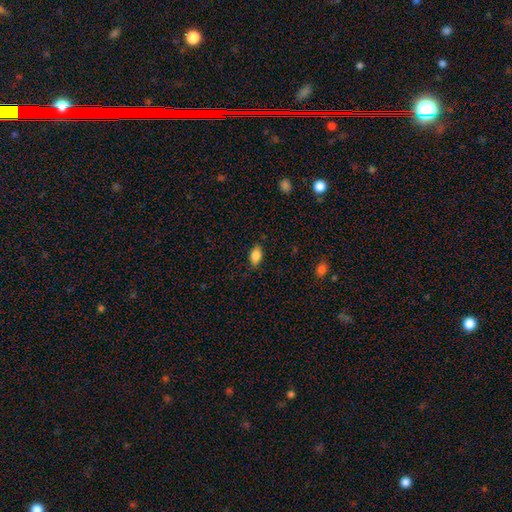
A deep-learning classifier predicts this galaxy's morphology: The model was most divided on "merging": none: 83%, minor disturbance: 13%, major disturbance: 3%, merger: 1%. More confident: how rounded — in between (89%); smooth or featured — smooth (84%).